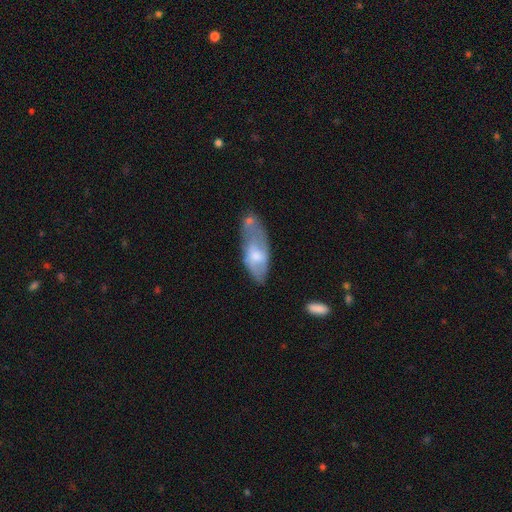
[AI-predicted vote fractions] Overall: smooth (49%; featured or disk 45%). Merging: none (42%; minor disturbance 31%).